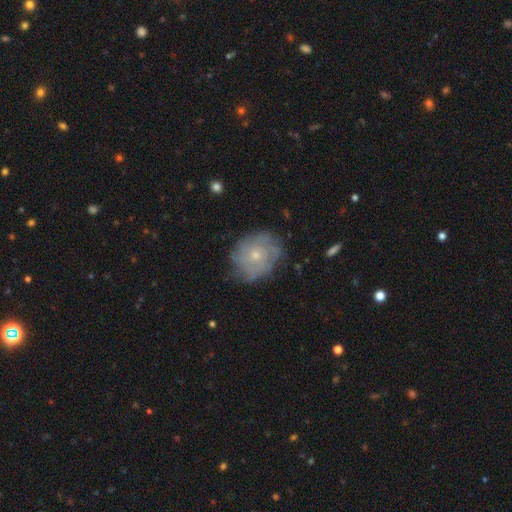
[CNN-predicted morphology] A featured or disk galaxy (65%) with no bar (87%), spiral arms (77%) and a small central bulge (70%). Merging: none (69%).